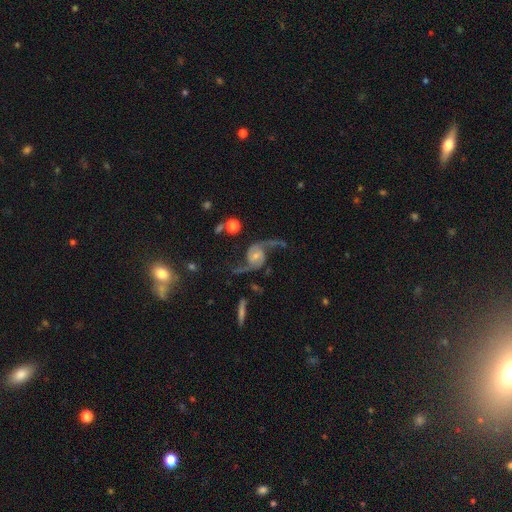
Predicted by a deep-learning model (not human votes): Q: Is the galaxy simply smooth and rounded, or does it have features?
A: featured or disk — 89%.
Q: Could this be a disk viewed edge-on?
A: no — 97%.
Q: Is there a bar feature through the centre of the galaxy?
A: no — 60%.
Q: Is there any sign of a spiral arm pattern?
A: yes — 97%.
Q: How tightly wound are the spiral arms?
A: loose — 76%.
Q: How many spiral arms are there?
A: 2 — 94%.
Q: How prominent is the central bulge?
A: small — 53%.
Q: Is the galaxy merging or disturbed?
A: none — 64%.